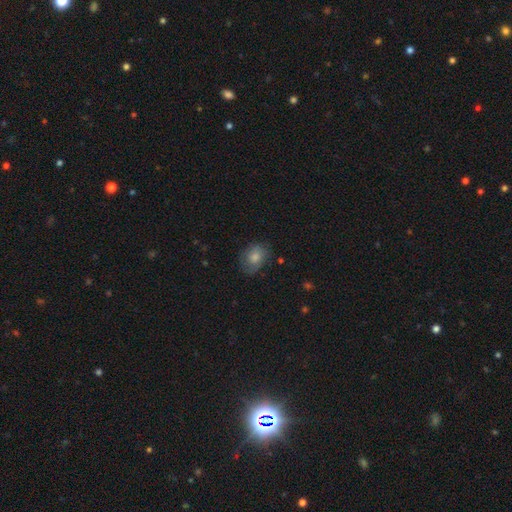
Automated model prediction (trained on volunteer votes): smooth 62%, featured or disk 25%, star or artifact 13%. Down the decision tree: how rounded — in between (58%); merging — none (75%).